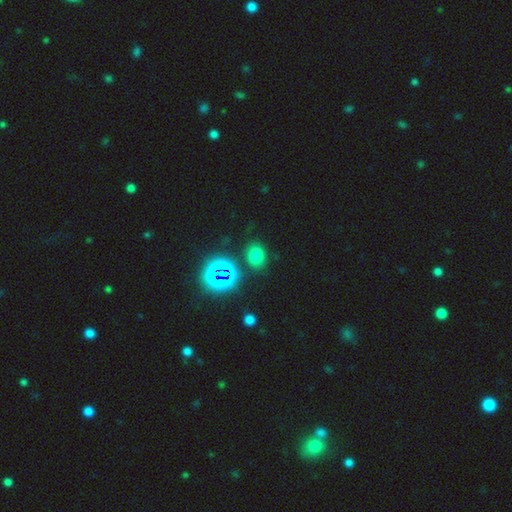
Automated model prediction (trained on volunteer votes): smooth-or-featured: smooth: 69% | star or artifact: 25% | featured or disk: 6%
  how-rounded: in between: 54% | round: 45% | cigar-shaped: 1%
  merging: none: 80% | minor disturbance: 11% | merger: 4% | major disturbance: 4%